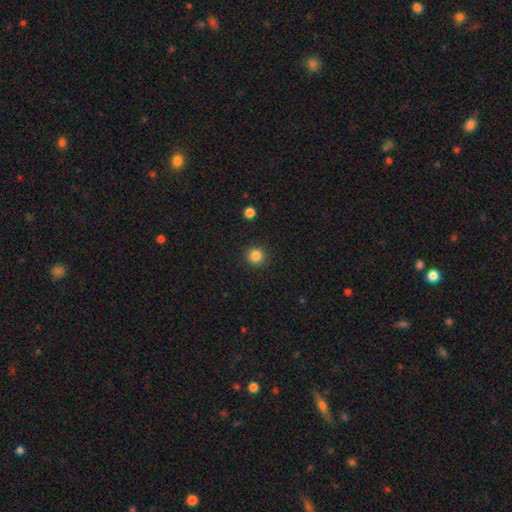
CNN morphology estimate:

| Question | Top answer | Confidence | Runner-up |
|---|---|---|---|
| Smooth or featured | smooth | 85% | star or artifact (11%) |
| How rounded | round | 95% | in between (4%) |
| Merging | none | 92% | minor disturbance (5%) |